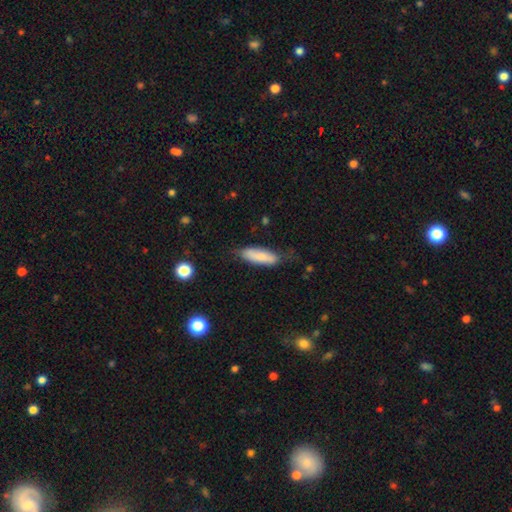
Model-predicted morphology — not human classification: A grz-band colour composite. It shows a smooth galaxy with no disk features (75%) that is cigar-shaped (54%). Merging: none (71%).